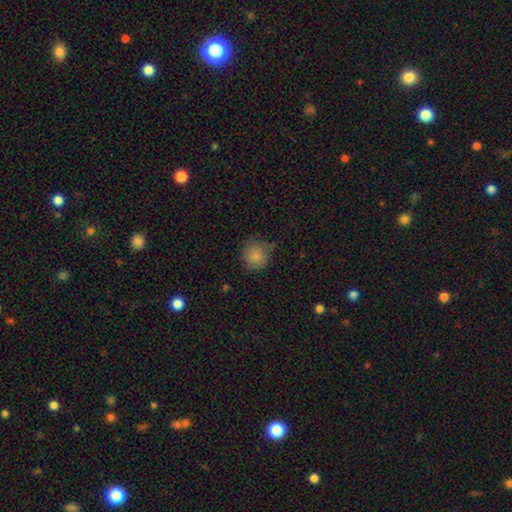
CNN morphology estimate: The model was most divided on "merging": none: 66%, minor disturbance: 26%, major disturbance: 7%, merger: 2%. More confident: how rounded — round (89%); smooth or featured — smooth (84%).